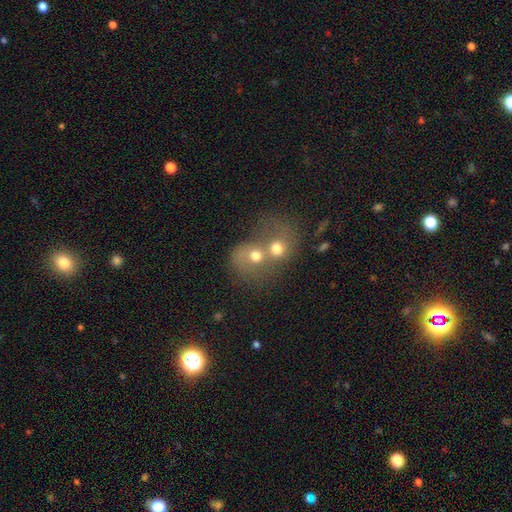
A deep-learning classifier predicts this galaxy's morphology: Smooth or featured: smooth — 63% (featured or disk — 24%)
How rounded: round — 69% (in between — 30%)
Merging: merger — 75% (none — 15%)